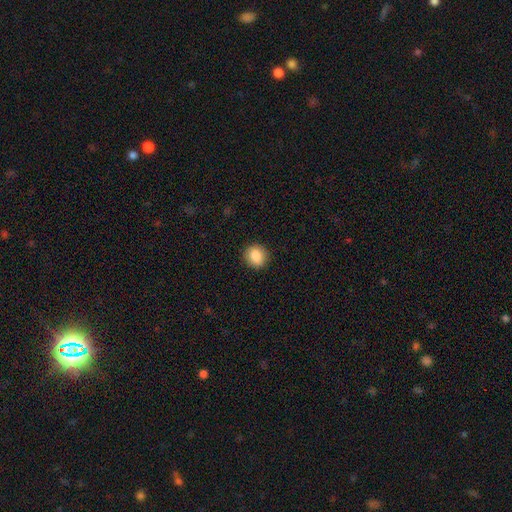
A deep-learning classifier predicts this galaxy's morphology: A smooth galaxy with no disk features (86%) that is round (82%). Merging: none (90%).